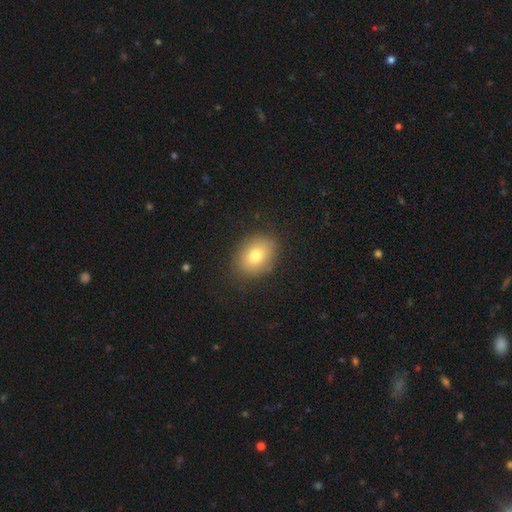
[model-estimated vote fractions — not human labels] This is likely a smooth galaxy (78%). How rounded: likely in between (63%). Merging: clearly none (86%).